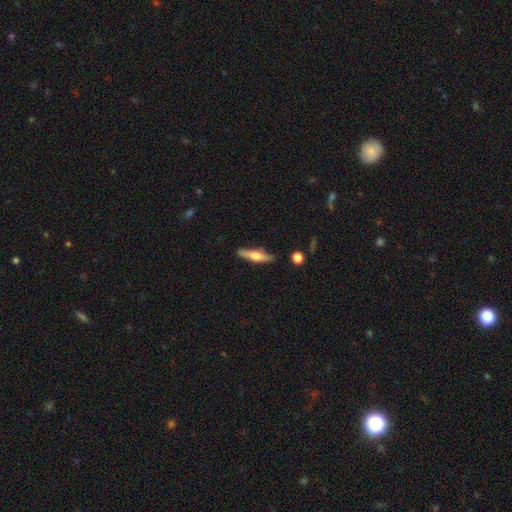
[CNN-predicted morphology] Smooth or featured? featured or disk (51%)
Edge-on disk? yes (94%)
Merging? none (83%)